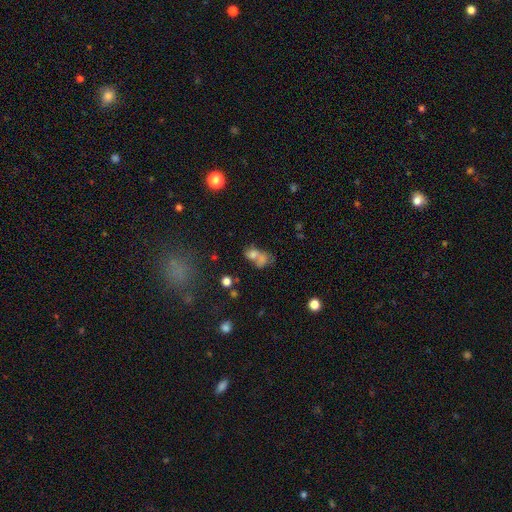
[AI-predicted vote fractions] A smooth galaxy with no disk features (64%) that is in between round and cigar-shaped (62%).

Vote fractions:
- Smooth or featured? smooth: 64% / featured or disk: 20% / star or artifact: 16%
- How rounded? in between: 62% / round: 35% / cigar-shaped: 3%
- Merging? merger: 63% / none: 20% / major disturbance: 9% / minor disturbance: 8%